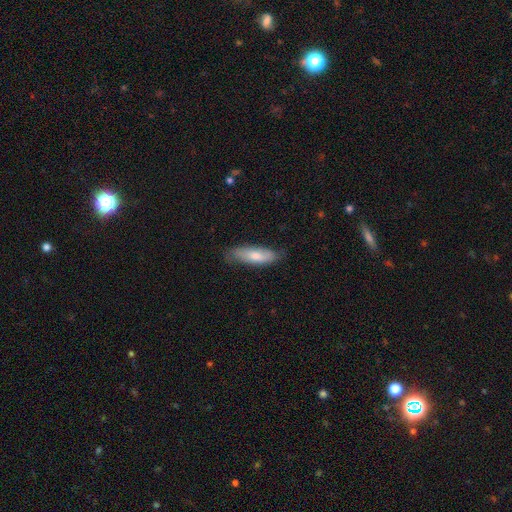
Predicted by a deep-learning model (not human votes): Q: Smooth or featured?
A: smooth (69%); runner-up: featured or disk (25%)
Q: How rounded?
A: in between (55%); runner-up: cigar-shaped (43%)
Q: Merging?
A: none (72%); runner-up: minor disturbance (22%)